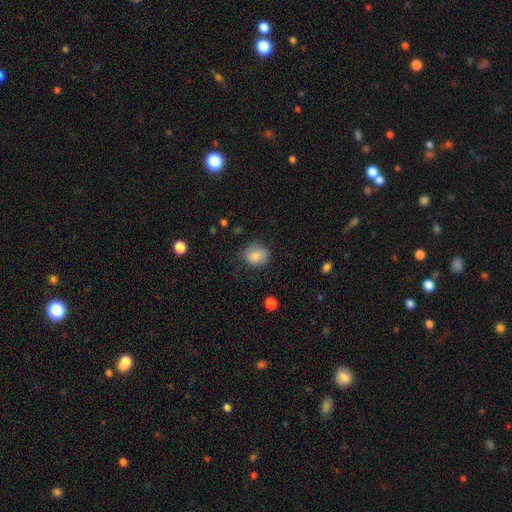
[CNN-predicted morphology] This is clearly a smooth galaxy (84%). How rounded: likely round (61%). Merging: likely none (75%).